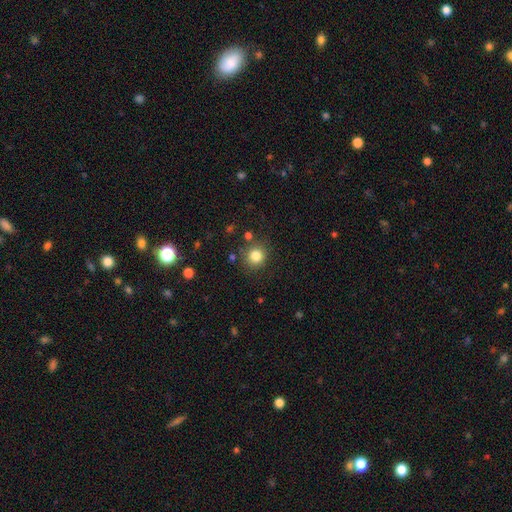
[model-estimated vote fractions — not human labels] Morphology: type=smooth (82%); roundness=round (90%); merging=none (84%).